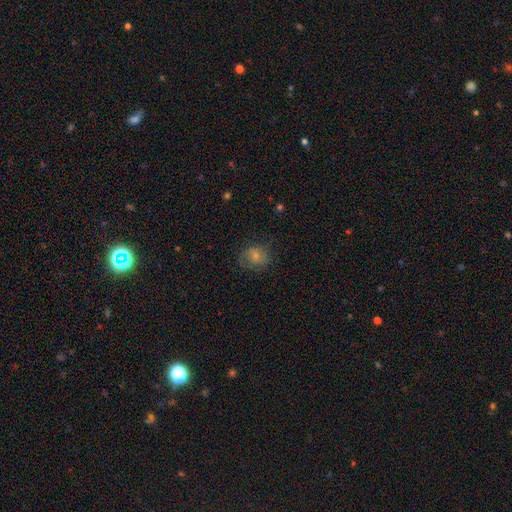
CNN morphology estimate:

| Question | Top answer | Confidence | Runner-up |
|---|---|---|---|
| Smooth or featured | smooth | 65% | featured or disk (26%) |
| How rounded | round | 62% | in between (37%) |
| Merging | none | 62% | minor disturbance (23%) |